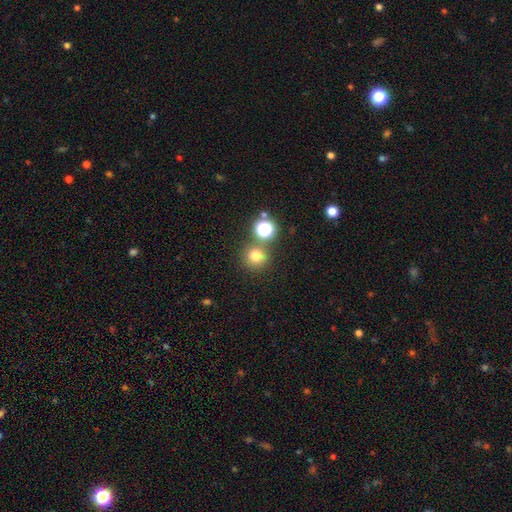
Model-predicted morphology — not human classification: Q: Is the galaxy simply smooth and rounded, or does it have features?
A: smooth — 74%.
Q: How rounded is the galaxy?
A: round — 93%.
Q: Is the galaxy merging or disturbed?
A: none — 76%.